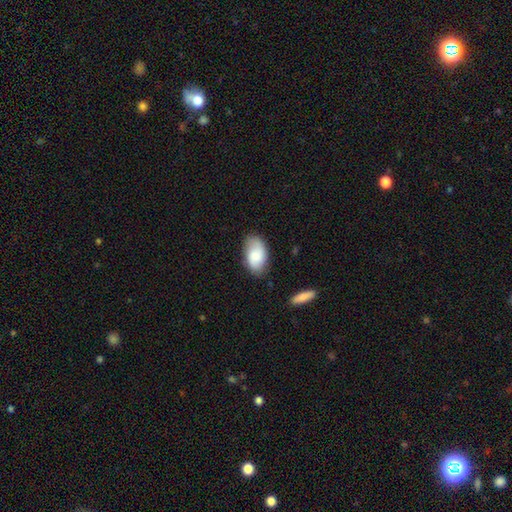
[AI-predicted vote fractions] smooth 77%, featured or disk 16%, star or artifact 7%. Down the decision tree: how rounded — in between (94%); merging — none (73%).